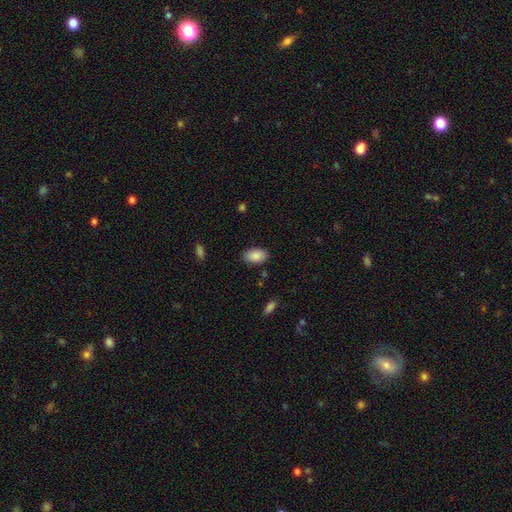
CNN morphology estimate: Smooth or featured? Predicted: smooth (p=0.88). How rounded? Predicted: in between (p=0.93). Merging? Predicted: none (p=0.85).